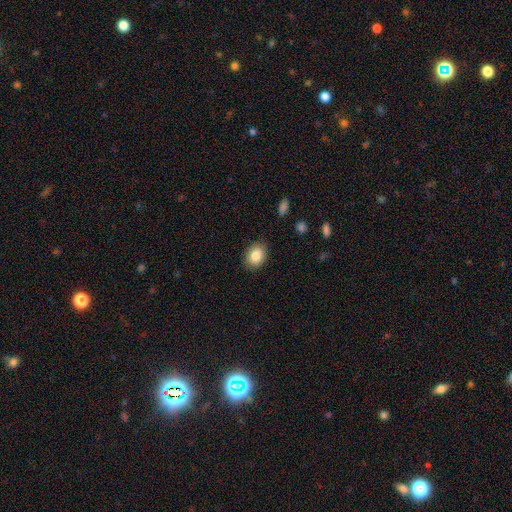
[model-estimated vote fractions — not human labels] The model was most divided on "how rounded": in between: 62%, round: 38%, cigar-shaped: 1%. More confident: merging — none (86%); smooth or featured — smooth (85%).